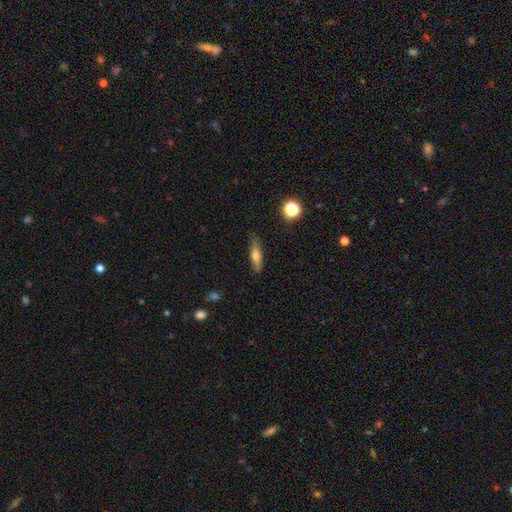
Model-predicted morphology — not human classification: This is likely a smooth galaxy (64%). How rounded: likely cigar-shaped (70%). Merging: clearly none (81%).